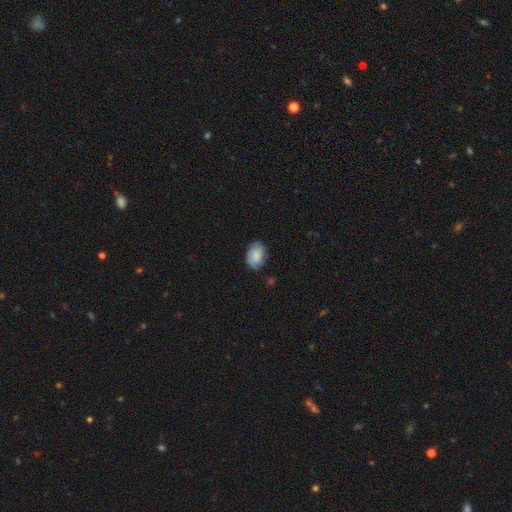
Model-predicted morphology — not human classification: type=smooth (74%); roundness=in between (78%); merging=none (75%).